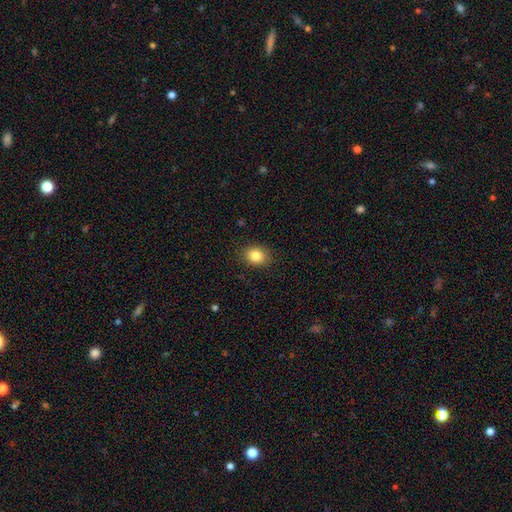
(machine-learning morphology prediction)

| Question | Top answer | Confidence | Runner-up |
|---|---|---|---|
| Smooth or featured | smooth | 84% | star or artifact (10%) |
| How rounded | round | 50% | in between (49%) |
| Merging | none | 88% | minor disturbance (9%) |